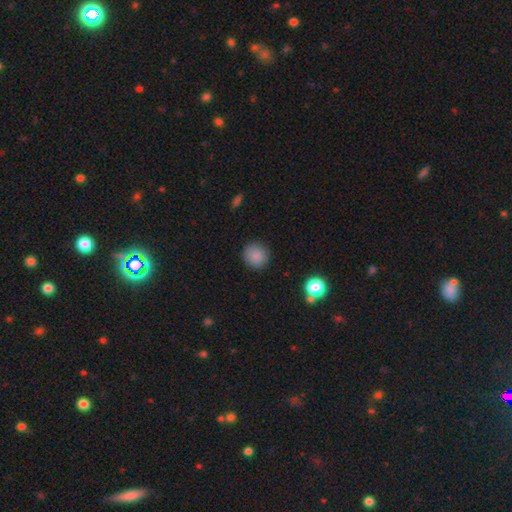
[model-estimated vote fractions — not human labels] A smooth galaxy with no disk features (87%) that is round (90%).

Vote fractions:
- Smooth or featured? smooth: 87% / star or artifact: 9% / featured or disk: 4%
- How rounded? round: 90% / in between: 9% / cigar-shaped: 1%
- Merging? none: 88% / minor disturbance: 8% / major disturbance: 2% / merger: 1%